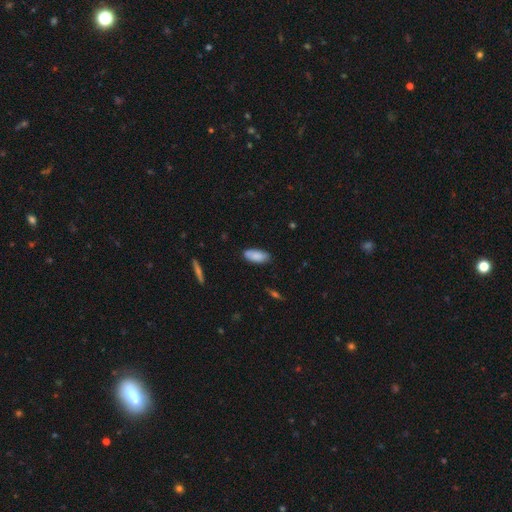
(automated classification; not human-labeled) This is clearly a smooth galaxy (86%). How rounded: clearly in between (85%). Merging: likely none (79%).